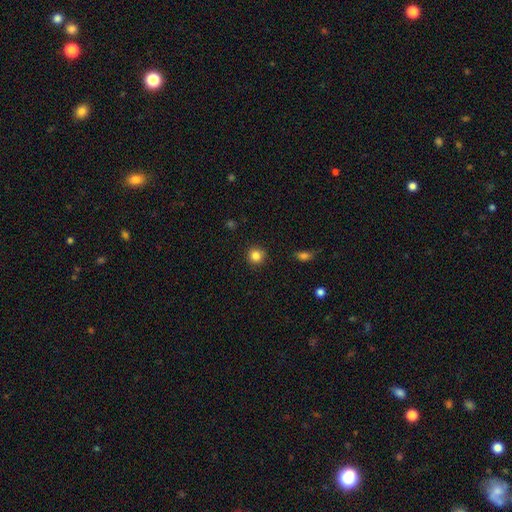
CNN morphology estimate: Smooth or featured? smooth (84%)
How rounded? round (93%)
Merging? none (91%)